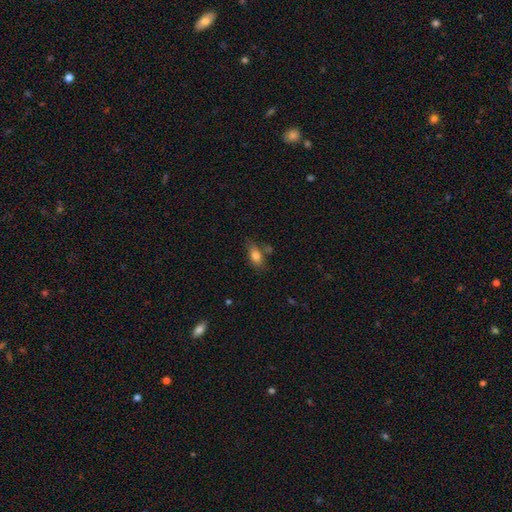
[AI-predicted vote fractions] This is clearly a smooth galaxy (80%). How rounded: clearly in between (84%). Merging: likely none (67%).